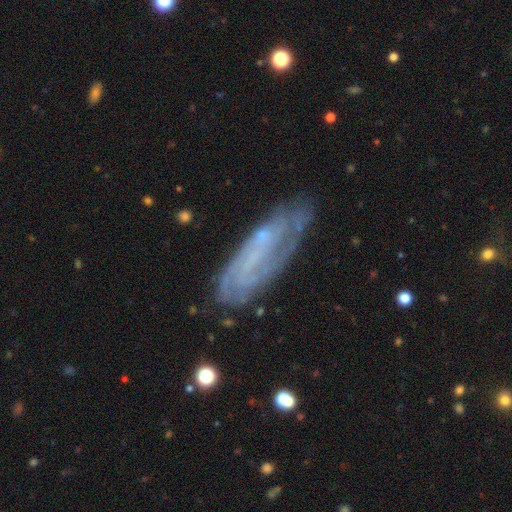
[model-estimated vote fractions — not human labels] Smooth or featured? featured or disk (70%)
Edge-on disk? no (81%)
Bar? no (59%)
Spiral arms? yes (81%)
Bulge size? small (51%)
Merging? none (69%)